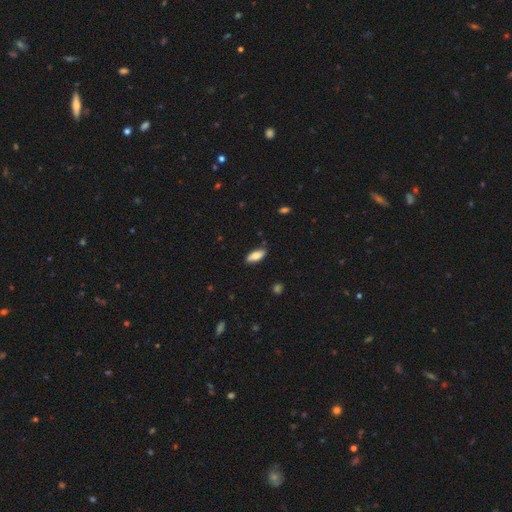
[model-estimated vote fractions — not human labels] This appears to be a smooth galaxy with no disk features (76%) that is in between round and cigar-shaped (82%). Merging: none (86%).